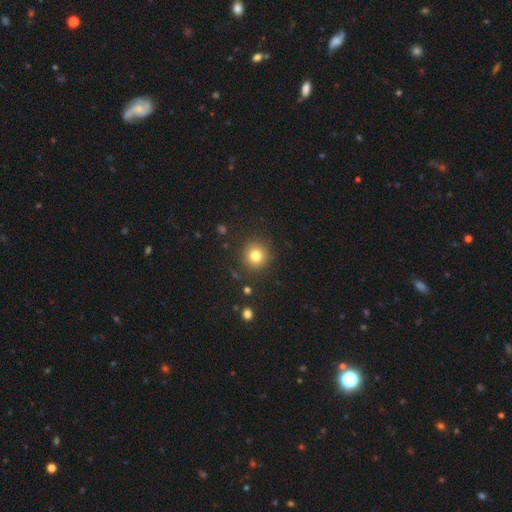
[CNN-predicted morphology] The model was most divided on "smooth or featured": smooth: 79%, star or artifact: 13%, featured or disk: 8%. More confident: how rounded — round (93%); merging — none (88%).